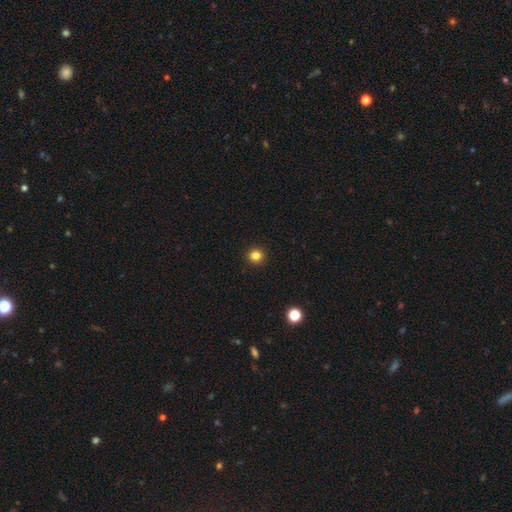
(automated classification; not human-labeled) smooth-or-featured: smooth: 83% | star or artifact: 13% | featured or disk: 4%
  how-rounded: round: 92% | in between: 7% | cigar-shaped: 1%
  merging: none: 93% | minor disturbance: 4% | major disturbance: 1% | merger: 1%